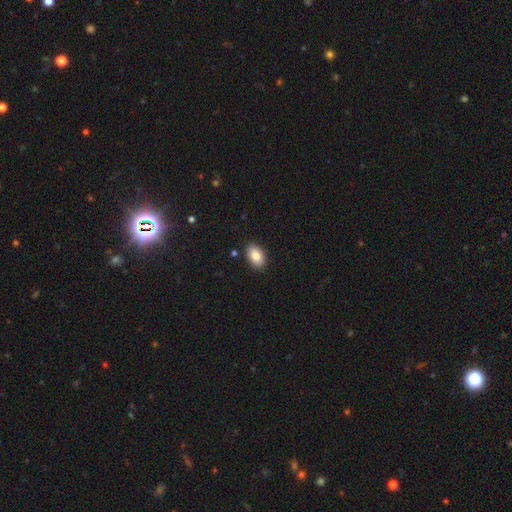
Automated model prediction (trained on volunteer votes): smooth_or_featured: smooth (p=0.86) [alt: featured or disk p=0.07]
how_rounded: in between (p=0.91) [alt: round p=0.08]
merging: none (p=0.88) [alt: minor disturbance p=0.09]